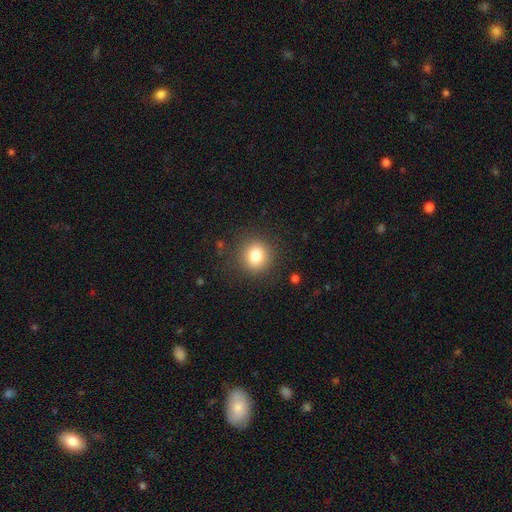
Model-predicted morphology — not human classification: Smooth or featured?
  - smooth: 80% *
  - star or artifact: 11%
  - featured or disk: 8%
How rounded?
  - round: 85% *
  - in between: 14%
  - cigar-shaped: 1%
Merging?
  - none: 87% *
  - minor disturbance: 8%
  - major disturbance: 4%
  - merger: 1%